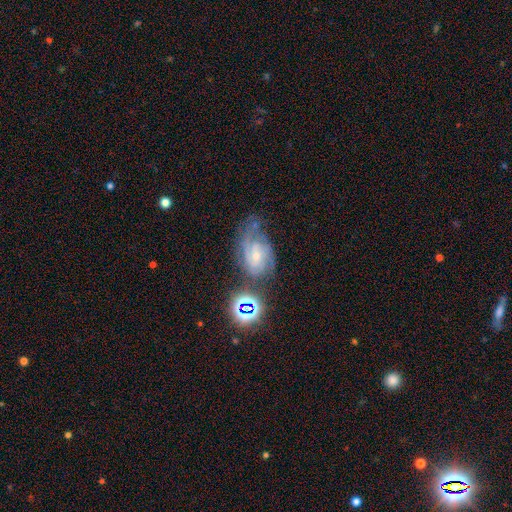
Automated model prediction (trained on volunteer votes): Morphology: type=featured or disk (70%); edge-on=no (97%); bar=no (51%); spiral arms=yes (92%); winding=tight (44%); arm count=2 (35%); bulge=small (65%); merging=none (46%).